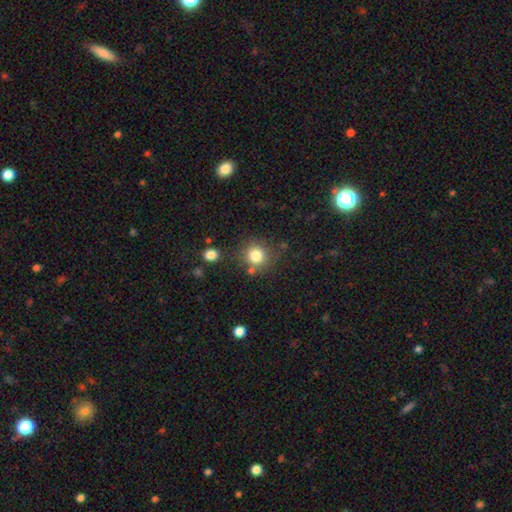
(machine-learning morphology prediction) Smooth or featured: smooth — 81% (star or artifact — 12%)
How rounded: round — 91% (in between — 8%)
Merging: none — 77% (minor disturbance — 11%)